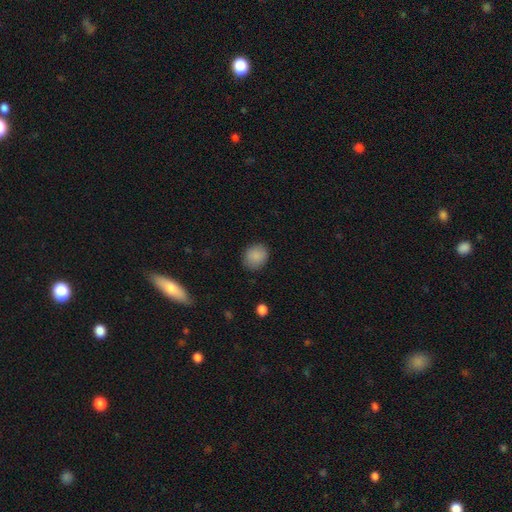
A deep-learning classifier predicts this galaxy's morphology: This is clearly a smooth galaxy (88%). How rounded: likely round (69%). Merging: clearly none (85%).